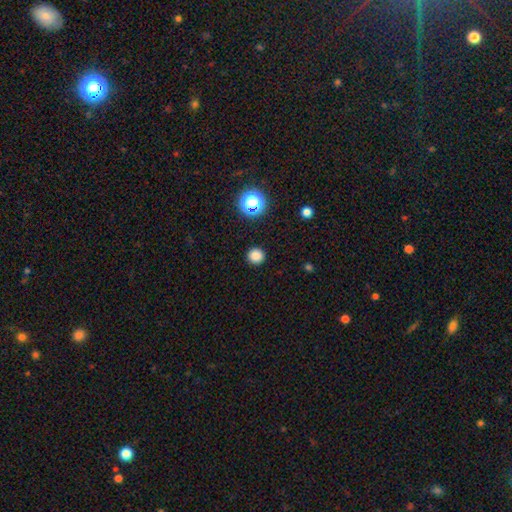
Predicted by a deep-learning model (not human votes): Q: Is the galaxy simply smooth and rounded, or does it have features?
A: smooth — 82%.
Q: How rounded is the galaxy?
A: round — 93%.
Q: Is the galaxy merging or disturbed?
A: none — 92%.